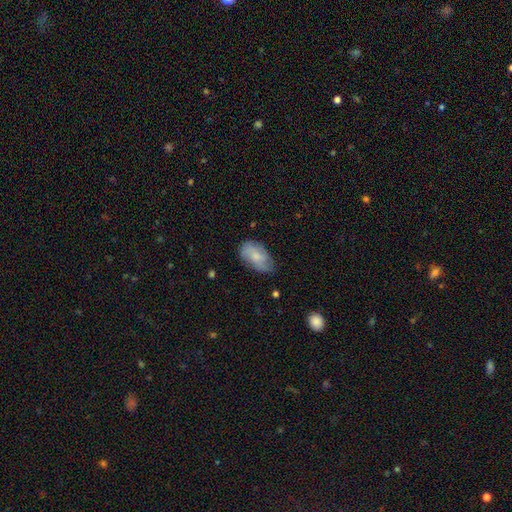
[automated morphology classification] Smooth or featured? Predicted: smooth (p=0.61). How rounded? Predicted: in between (p=0.92). Merging? Predicted: none (p=0.65).